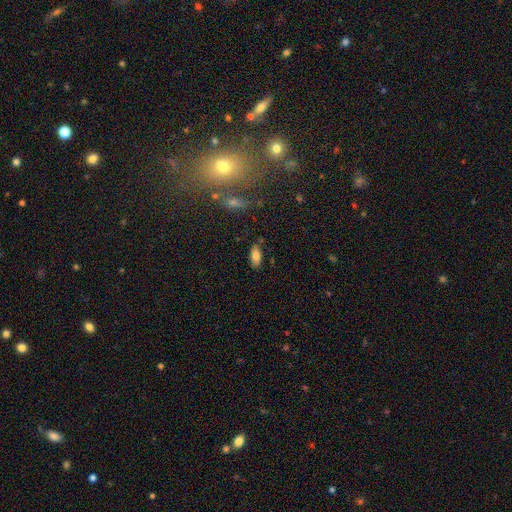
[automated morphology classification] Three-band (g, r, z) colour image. It shows a smooth galaxy with no disk features (82%) that is in between round and cigar-shaped (89%). Merging: none (80%).